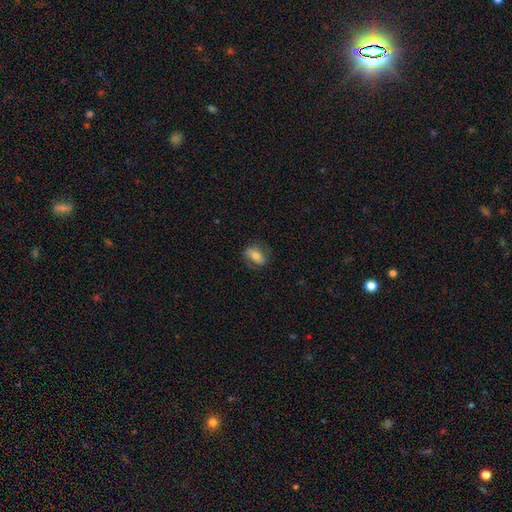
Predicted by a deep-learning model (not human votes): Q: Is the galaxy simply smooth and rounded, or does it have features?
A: smooth — 62%.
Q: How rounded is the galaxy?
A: in between — 80%.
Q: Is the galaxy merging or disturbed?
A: none — 76%.